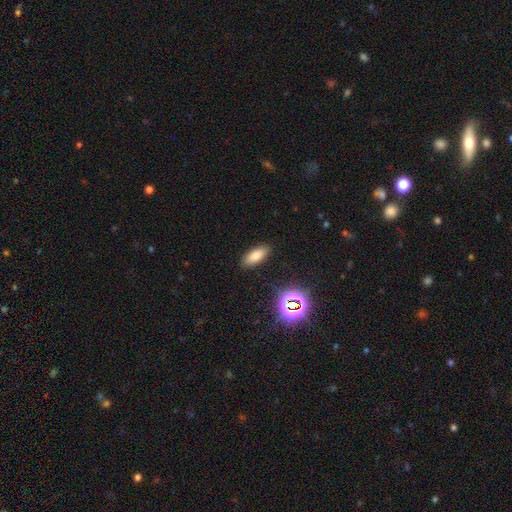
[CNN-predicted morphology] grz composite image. It shows a smooth galaxy with no disk features (78%) that is in between round and cigar-shaped (79%). Merging: none (87%).